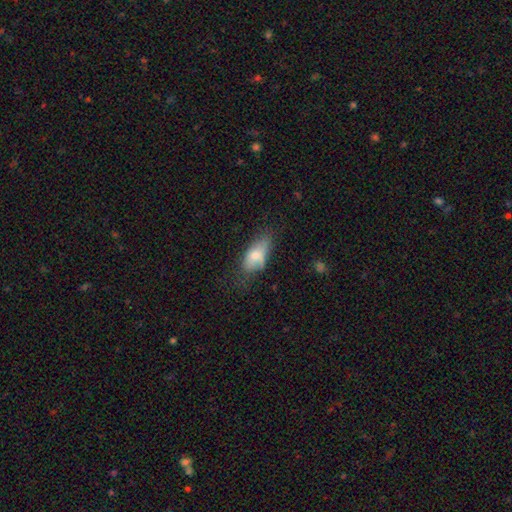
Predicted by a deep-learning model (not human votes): A smooth galaxy with no disk features (71%) that is in between round and cigar-shaped (88%). Merging: none (38%).